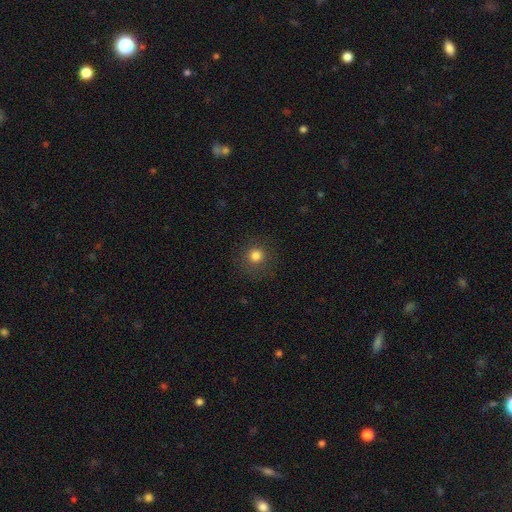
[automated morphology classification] type=smooth (82%); roundness=round (93%); merging=none (87%).